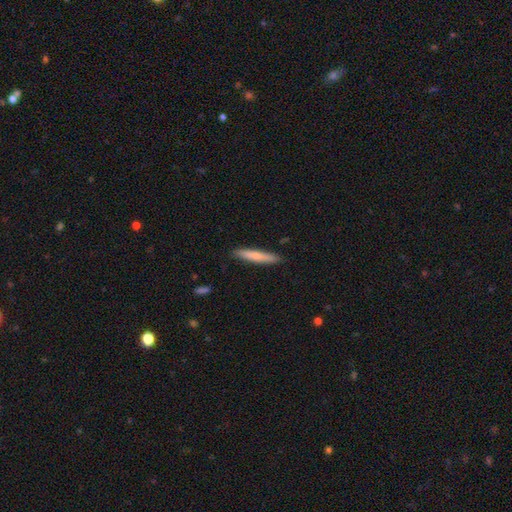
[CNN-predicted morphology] smooth_or_featured: smooth (p=0.72) [alt: featured or disk p=0.22]
how_rounded: cigar-shaped (p=0.93) [alt: in between p=0.05]
merging: none (p=0.89) [alt: minor disturbance p=0.08]